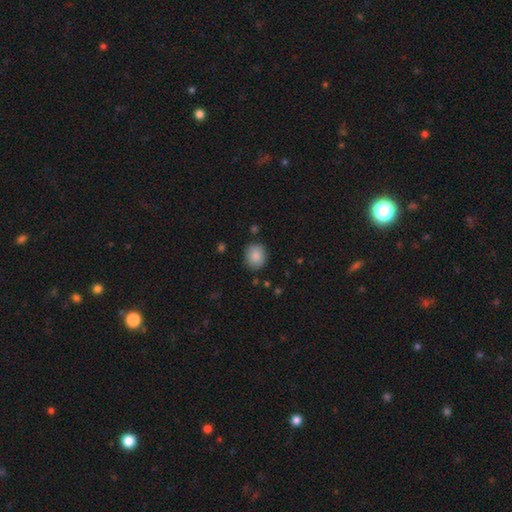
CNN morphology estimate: A smooth galaxy with no disk features (87%) that is round (71%). Merging: none (83%).